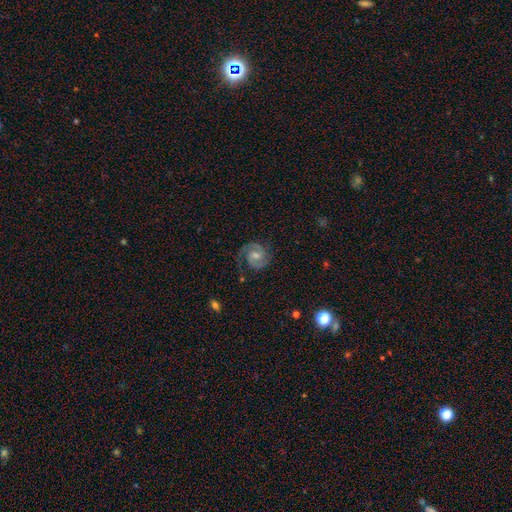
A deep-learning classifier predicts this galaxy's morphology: Q: Smooth or featured?
A: featured or disk (89%); runner-up: smooth (6%)
Q: Edge-on disk?
A: no (98%); runner-up: yes (2%)
Q: Bar?
A: weak (48%); runner-up: no (40%)
Q: Spiral arms?
A: yes (98%); runner-up: no (2%)
Q: Spiral winding?
A: medium (48%); runner-up: tight (44%)
Q: Spiral arm count?
A: 2 (92%); runner-up: can't tell (3%)
Q: Bulge size?
A: moderate (53%); runner-up: small (39%)
Q: Merging?
A: none (79%); runner-up: minor disturbance (14%)